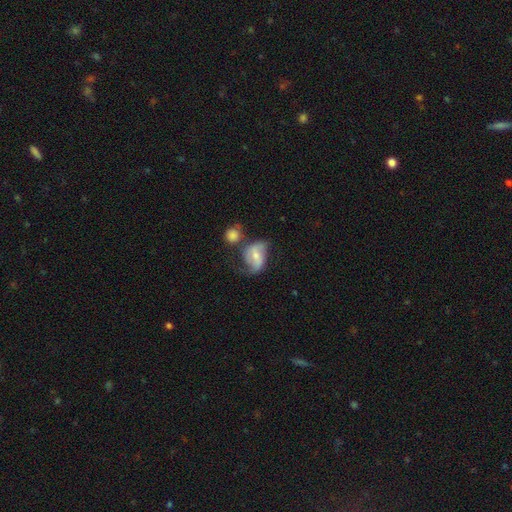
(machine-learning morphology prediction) Smooth or featured: featured or disk — 61% (smooth — 32%)
Edge-on disk: no — 96% (yes — 4%)
Bar: weak — 42% (no — 37%)
Spiral arms: yes — 85% (no — 15%)
Bulge size: small — 47% (moderate — 44%)
Merging: none — 38% (merger — 23%)